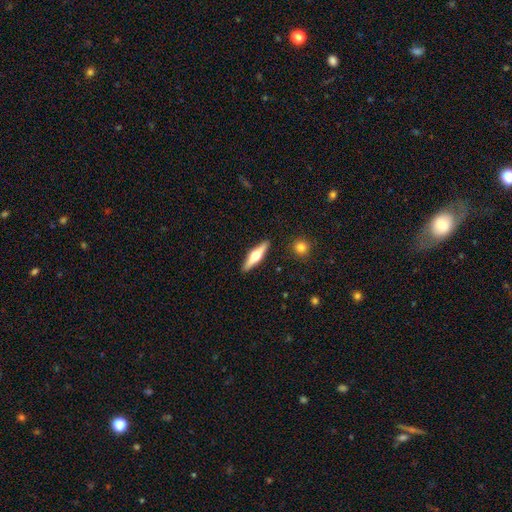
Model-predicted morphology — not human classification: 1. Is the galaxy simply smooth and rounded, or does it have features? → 60% featured or disk, 35% smooth, 5% star or artifact.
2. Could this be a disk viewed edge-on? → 96% yes, 4% no.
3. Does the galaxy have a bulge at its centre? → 93% rounded, 4% boxy, 2% none.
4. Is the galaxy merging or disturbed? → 90% none, 7% minor disturbance, 2% major disturbance, 2% merger.